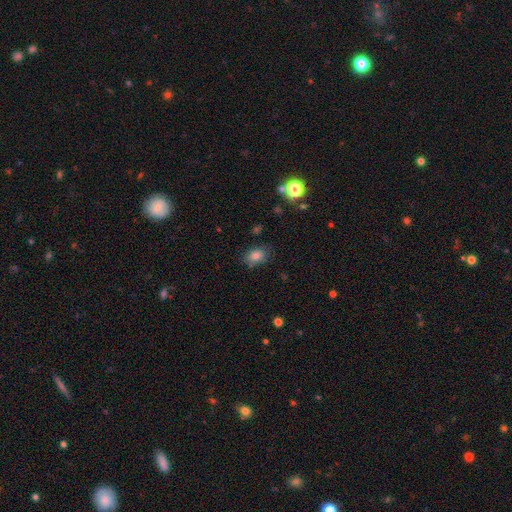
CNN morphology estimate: Q: Smooth or featured?
A: smooth (82%); runner-up: star or artifact (11%)
Q: How rounded?
A: in between (73%); runner-up: round (26%)
Q: Merging?
A: none (76%); runner-up: minor disturbance (17%)